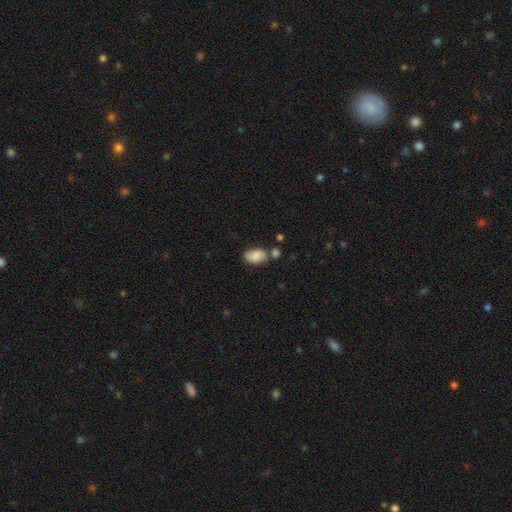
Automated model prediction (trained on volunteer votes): A smooth galaxy with no disk features (79%) that is in between round and cigar-shaped (91%).

Vote fractions:
- Smooth or featured? smooth: 79% / featured or disk: 13% / star or artifact: 8%
- How rounded? in between: 91% / round: 7% / cigar-shaped: 2%
- Merging? none: 54% / minor disturbance: 22% / merger: 18% / major disturbance: 6%